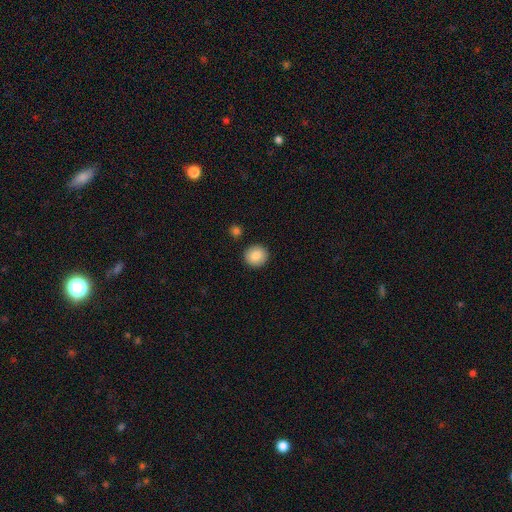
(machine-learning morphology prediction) This is clearly a smooth galaxy (86%). How rounded: clearly round (90%). Merging: clearly none (90%).